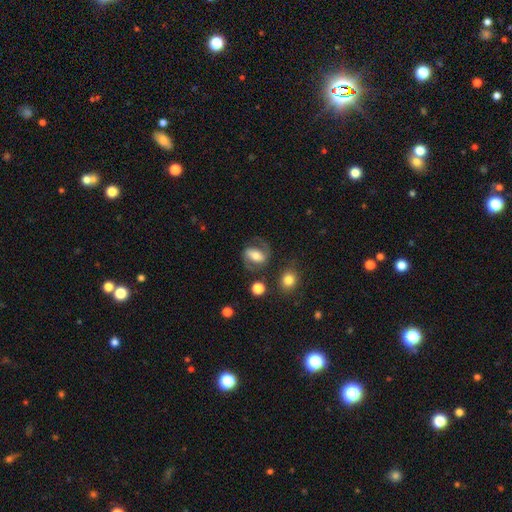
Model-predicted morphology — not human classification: Smooth or featured? Predicted: featured or disk (p=0.60). Edge-on disk? Predicted: no (p=0.95). Bar? Predicted: strong (p=0.45). Spiral arms? Predicted: yes (p=0.83). Bulge size? Predicted: moderate (p=0.56). Merging? Predicted: none (p=0.68).